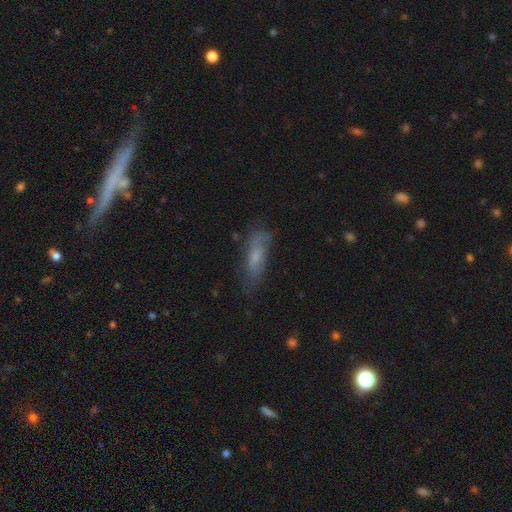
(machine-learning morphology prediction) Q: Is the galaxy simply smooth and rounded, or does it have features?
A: smooth — 49%.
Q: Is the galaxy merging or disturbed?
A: none — 62%.